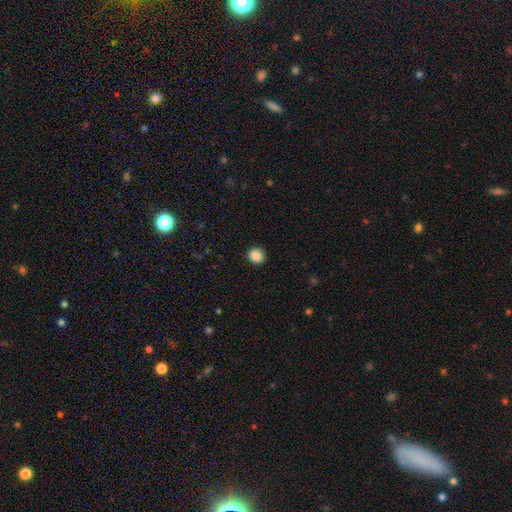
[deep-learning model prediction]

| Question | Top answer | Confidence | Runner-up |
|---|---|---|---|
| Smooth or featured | smooth | 88% | star or artifact (9%) |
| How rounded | round | 88% | in between (11%) |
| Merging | none | 91% | minor disturbance (6%) |